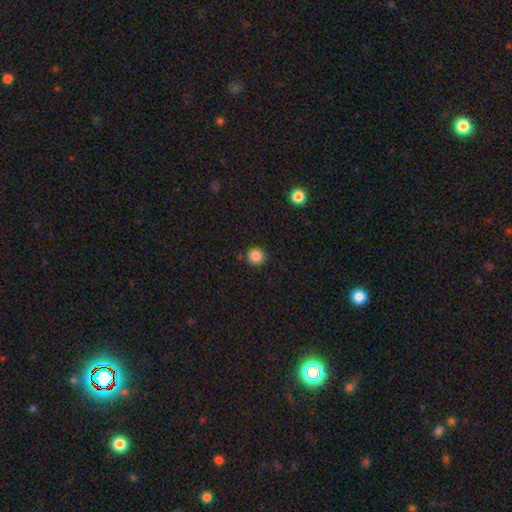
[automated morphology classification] This is clearly a smooth galaxy (85%). How rounded: clearly round (94%). Merging: clearly none (89%).